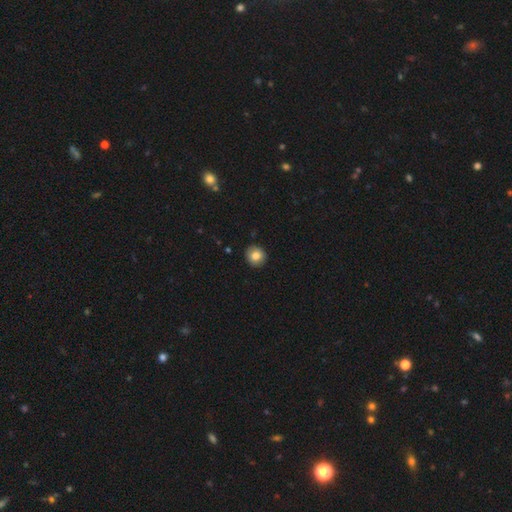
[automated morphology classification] This is clearly a smooth galaxy (83%). How rounded: clearly round (91%). Merging: clearly none (91%).